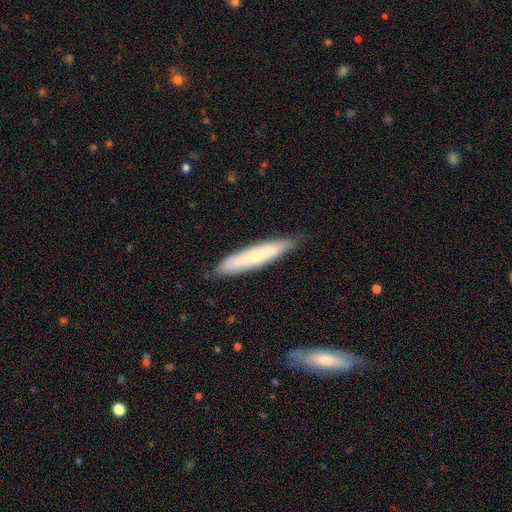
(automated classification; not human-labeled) The model was most divided on "smooth or featured": smooth: 53%, featured or disk: 41%, star or artifact: 6%. More confident: how rounded — cigar-shaped (87%); merging — none (83%).